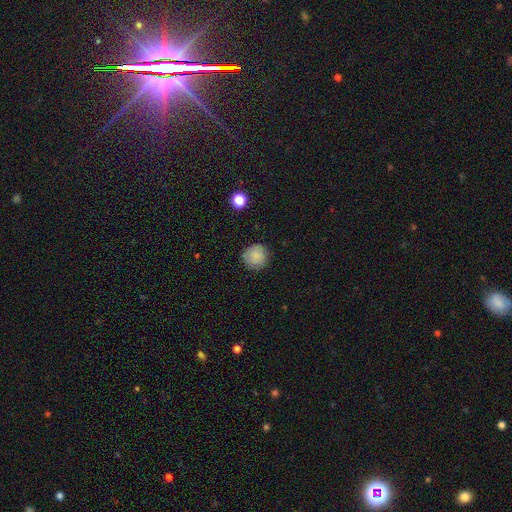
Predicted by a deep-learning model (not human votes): Smooth or featured: smooth — 82% (star or artifact — 9%)
How rounded: round — 93% (in between — 6%)
Merging: none — 83% (minor disturbance — 13%)